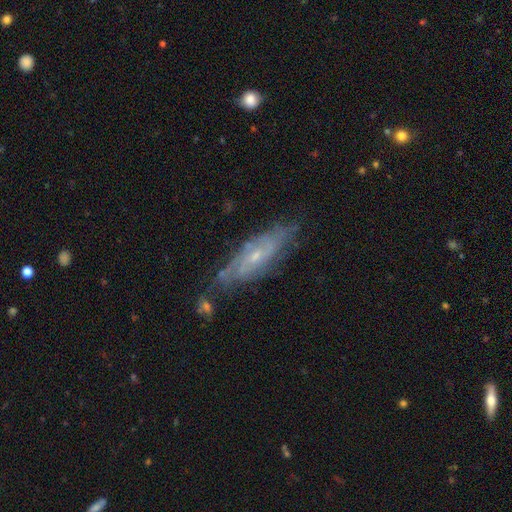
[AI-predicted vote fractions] Smooth or featured?
  - featured or disk: 76% *
  - smooth: 17%
  - star or artifact: 7%
Edge-on disk?
  - no: 78% *
  - yes: 22%
Bar?
  - no: 61% *
  - weak: 32%
  - strong: 7%
Spiral arms?
  - yes: 86% *
  - no: 14%
Spiral winding?
  - tight: 51% *
  - medium: 35%
  - loose: 13%
Spiral arm count?
  - can't tell: 48% *
  - 2: 28%
  - 3: 10%
  - 4: 6%
  - 1: 4%
  - more than 4: 3%
Bulge size?
  - small: 70% *
  - moderate: 26%
  - none: 3%
  - large: 1%
  - dominant: 1%
Merging?
  - none: 67% *
  - minor disturbance: 22%
  - major disturbance: 7%
  - merger: 4%